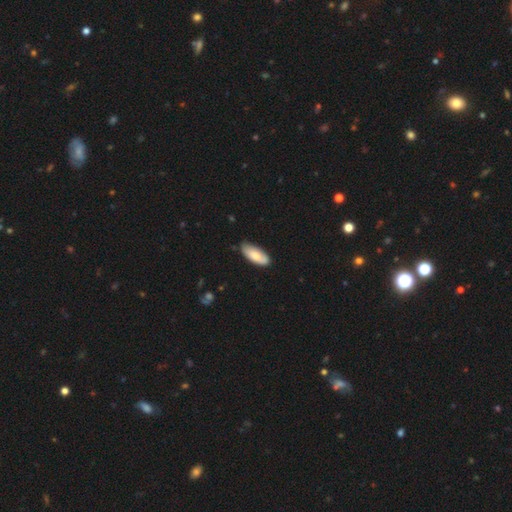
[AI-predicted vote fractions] smooth 77%, featured or disk 17%, star or artifact 5%. Down the decision tree: how rounded — in between (84%); merging — none (77%).